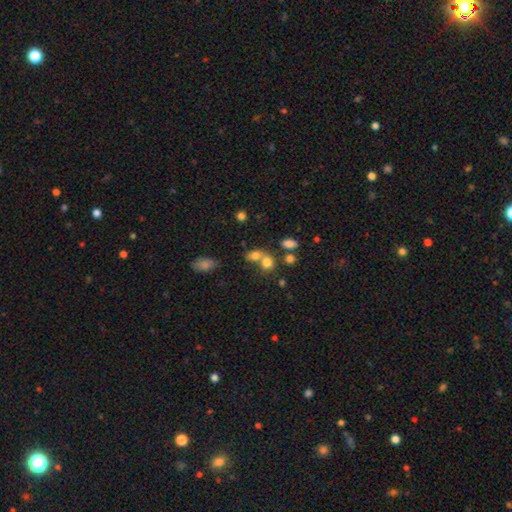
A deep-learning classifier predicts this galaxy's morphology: type=smooth (76%); roundness=in between (55%); merging=merger (51%).